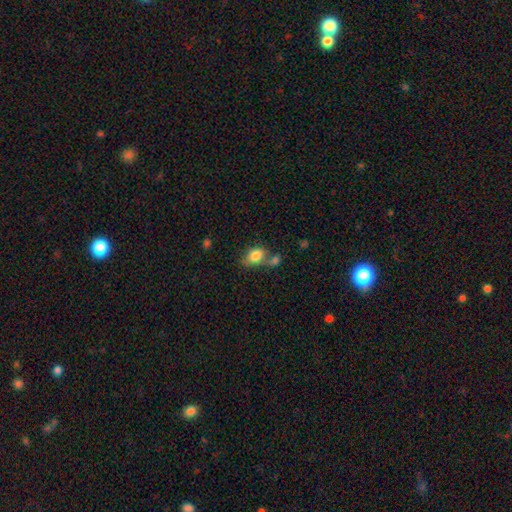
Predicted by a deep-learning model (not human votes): smooth_or_featured: smooth (p=0.81) [alt: featured or disk p=0.11]
how_rounded: in between (p=0.76) [alt: round p=0.22]
merging: merger (p=0.38) [alt: none p=0.35]